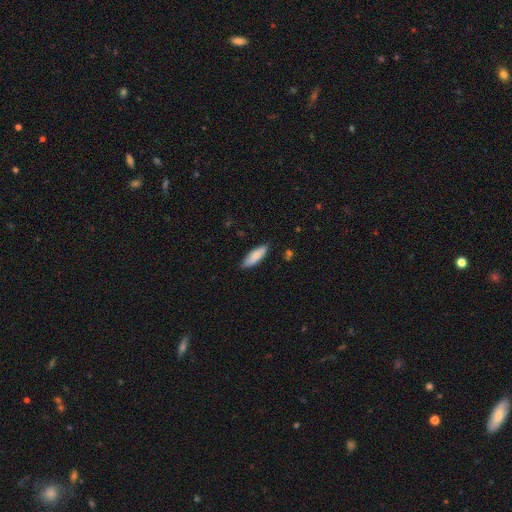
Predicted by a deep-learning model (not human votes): Smooth or featured: smooth — 81% (featured or disk — 14%)
How rounded: in between — 58% (cigar-shaped — 40%)
Merging: none — 83% (minor disturbance — 14%)